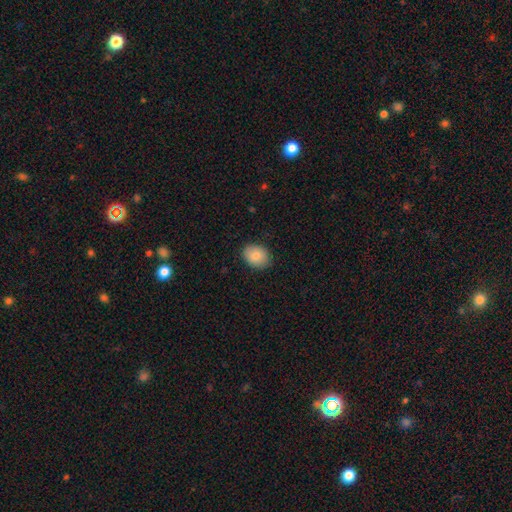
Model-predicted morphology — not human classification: smooth 83%, featured or disk 9%, star or artifact 8%. Down the decision tree: how rounded — in between (61%); merging — none (87%).